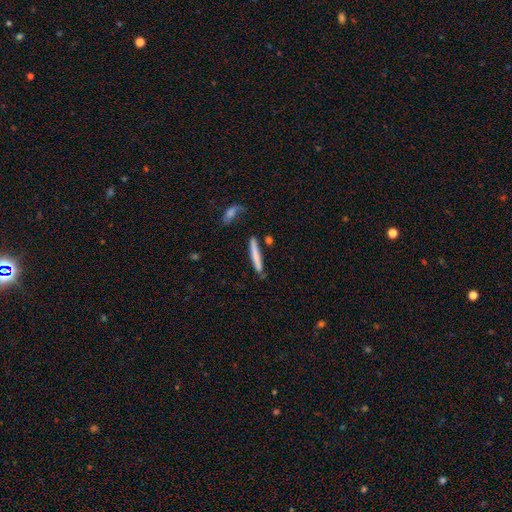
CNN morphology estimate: A smooth galaxy with no disk features (69%) that is cigar-shaped (95%). Merging: none (78%).